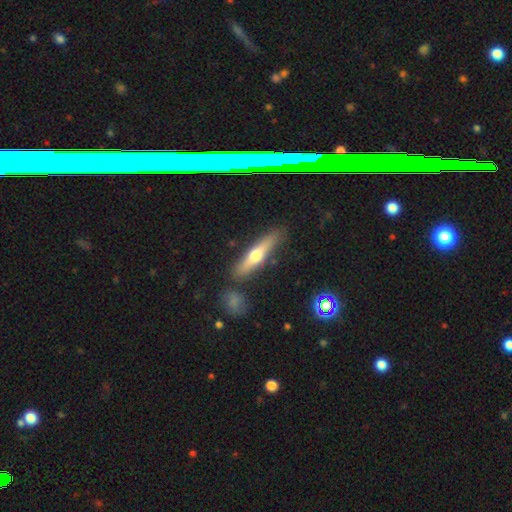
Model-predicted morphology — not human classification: This is possibly a featured or disk galaxy (49%). Merging: clearly none (81%).